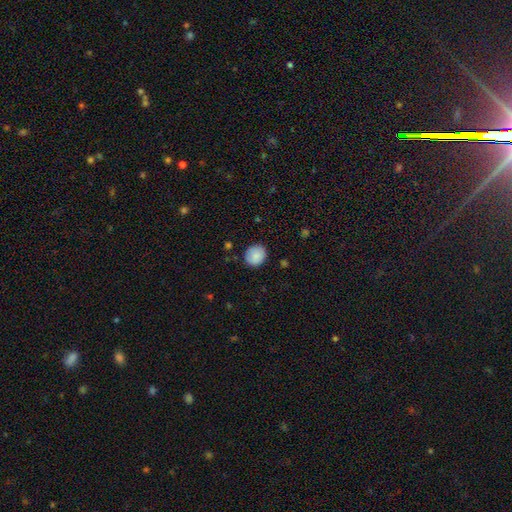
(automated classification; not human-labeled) smooth 87%, star or artifact 8%, featured or disk 5%. Down the decision tree: how rounded — round (78%); merging — none (85%).